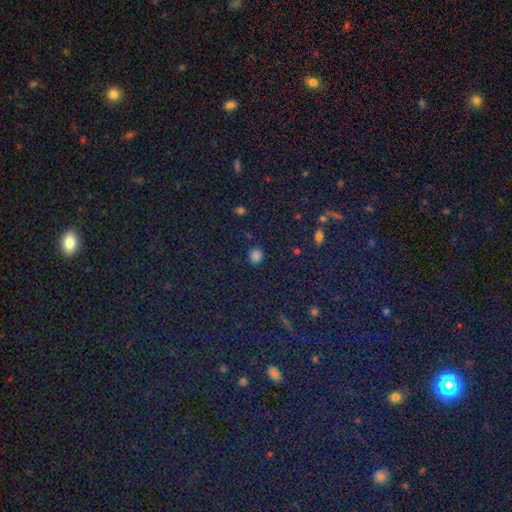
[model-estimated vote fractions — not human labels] smooth_or_featured: smooth (p=0.80) [alt: star or artifact p=0.16]
how_rounded: round (p=0.71) [alt: in between p=0.28]
merging: none (p=0.85) [alt: minor disturbance p=0.10]